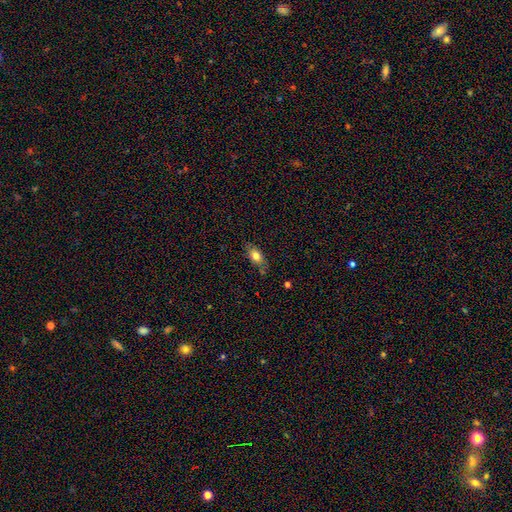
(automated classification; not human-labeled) smooth 76%, featured or disk 16%, star or artifact 8%. Down the decision tree: how rounded — in between (85%); merging — none (69%).